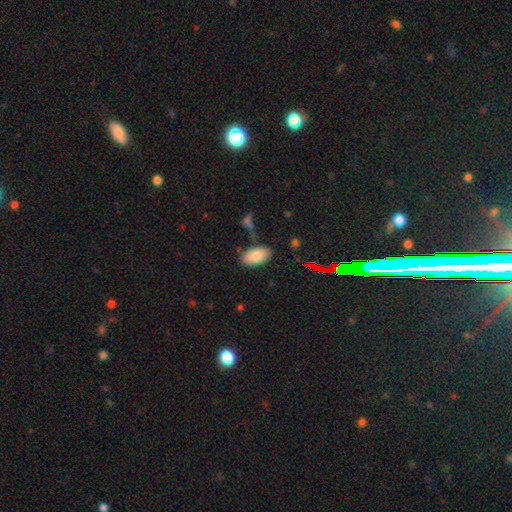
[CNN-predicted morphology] A smooth galaxy with no disk features (84%) that is in between round and cigar-shaped (94%).

Vote fractions:
- Smooth or featured? smooth: 84% / featured or disk: 8% / star or artifact: 8%
- How rounded? in between: 94% / round: 4% / cigar-shaped: 2%
- Merging? none: 80% / minor disturbance: 13% / merger: 4% / major disturbance: 3%